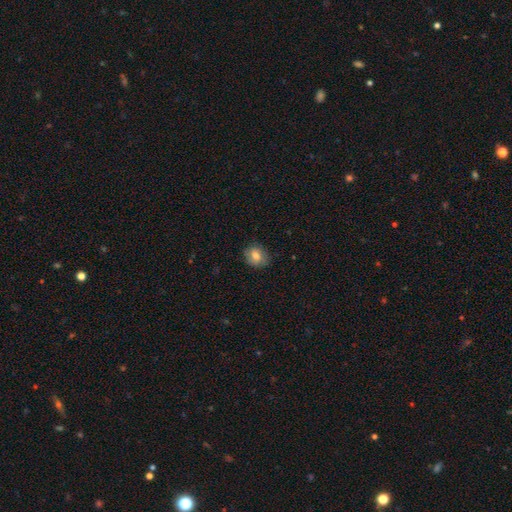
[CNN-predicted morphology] A smooth galaxy with no disk features (78%) that is round (67%). Merging: none (80%).